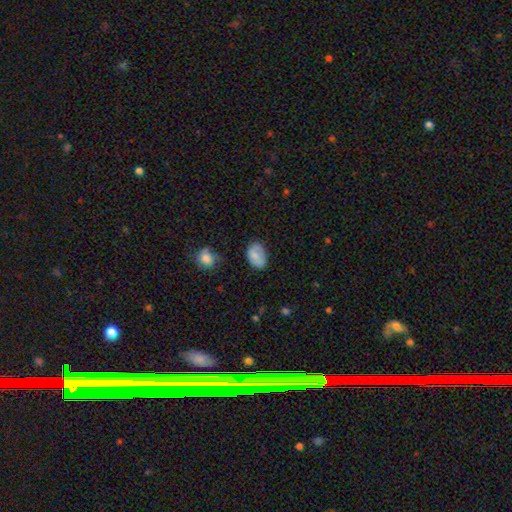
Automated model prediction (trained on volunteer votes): Morphology: type=smooth (77%); roundness=in between (85%); merging=none (69%).